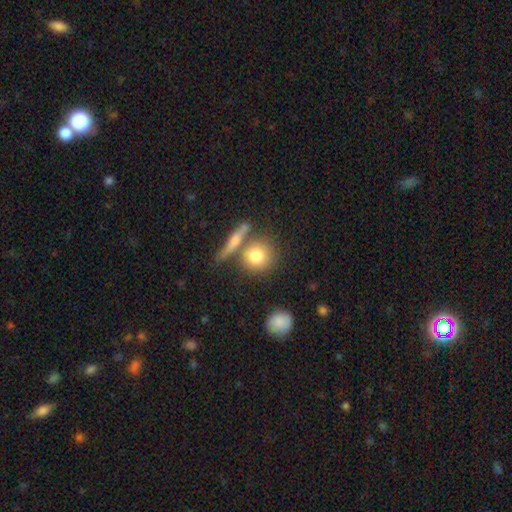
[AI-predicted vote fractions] smooth 76%, featured or disk 15%, star or artifact 8%. Down the decision tree: how rounded — round (82%); merging — none (64%).